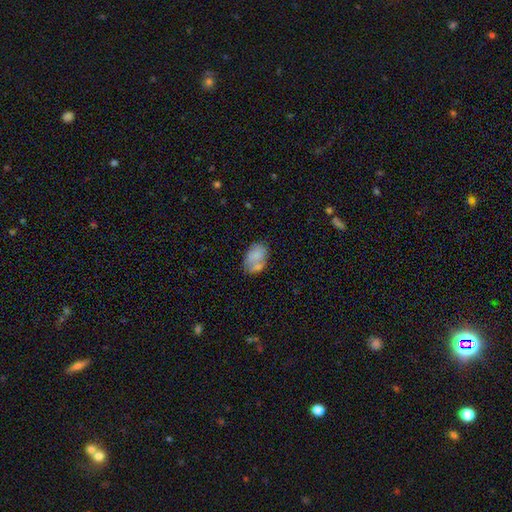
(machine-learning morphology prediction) The model was most divided on "merging": none: 53%, minor disturbance: 23%, merger: 16%, major disturbance: 8%. More confident: how rounded — in between (83%); smooth or featured — smooth (74%).